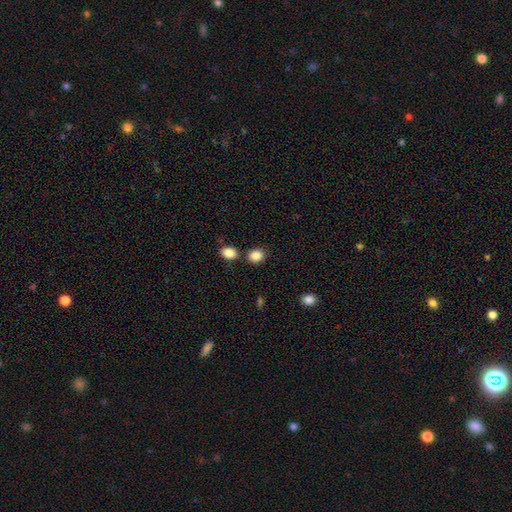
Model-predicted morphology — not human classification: Overall: smooth (87%). How rounded: round (61%; in between 38%). Merging: none (75%).